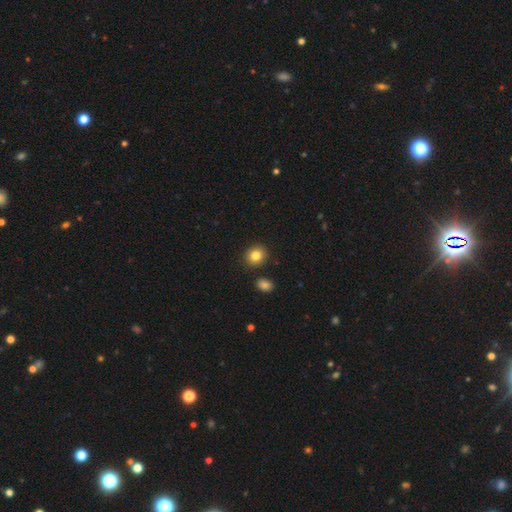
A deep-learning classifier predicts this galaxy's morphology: smooth 84%, star or artifact 10%, featured or disk 6%. Down the decision tree: how rounded — round (76%); merging — none (87%).